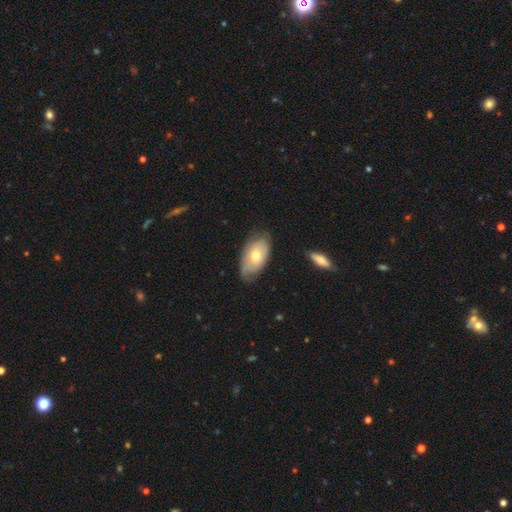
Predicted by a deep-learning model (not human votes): Smooth or featured? smooth (54%)
How rounded? in between (92%)
Merging? none (62%)